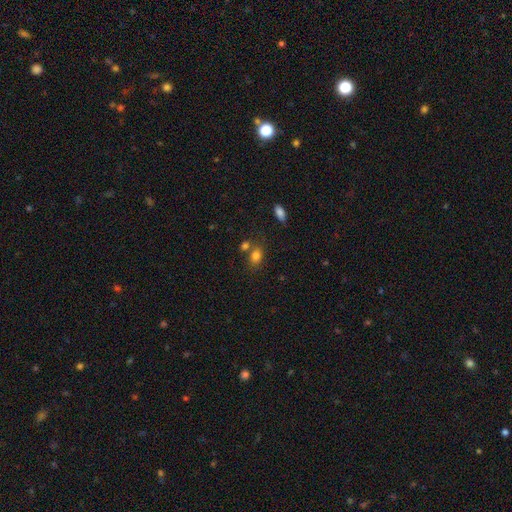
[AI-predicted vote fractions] smooth-or-featured: smooth: 81% | star or artifact: 11% | featured or disk: 8%
  how-rounded: in between: 71% | round: 28% | cigar-shaped: 2%
  merging: none: 58% | merger: 24% | minor disturbance: 13% | major disturbance: 4%